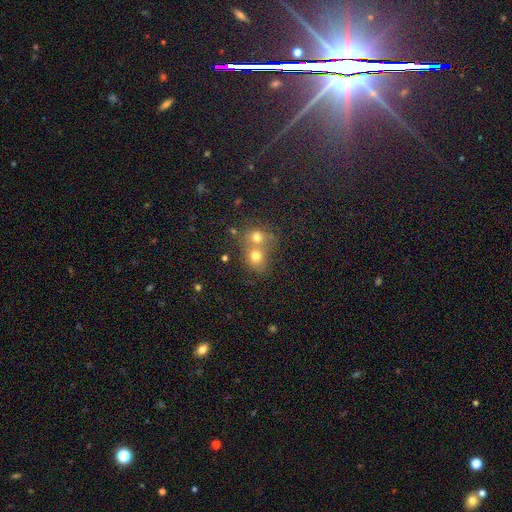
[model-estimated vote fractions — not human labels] Q: Smooth or featured?
A: smooth (69%); runner-up: star or artifact (16%)
Q: How rounded?
A: round (72%); runner-up: in between (27%)
Q: Merging?
A: merger (59%); runner-up: none (32%)